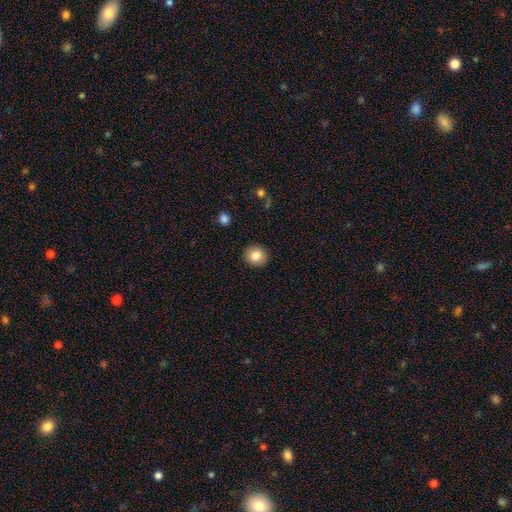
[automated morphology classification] A smooth galaxy with no disk features (84%) that is round (85%).

Vote fractions:
- Smooth or featured? smooth: 84% / star or artifact: 9% / featured or disk: 7%
- How rounded? round: 85% / in between: 14% / cigar-shaped: 1%
- Merging? none: 91% / minor disturbance: 6% / major disturbance: 2% / merger: 1%